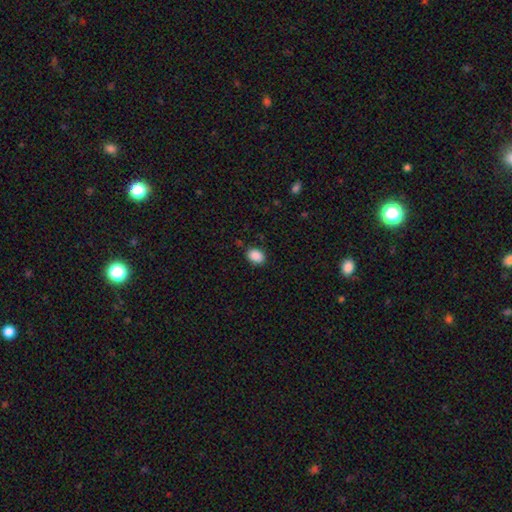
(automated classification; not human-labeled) A smooth galaxy with no disk features (89%) that is in between round and cigar-shaped (69%). Merging: none (87%).